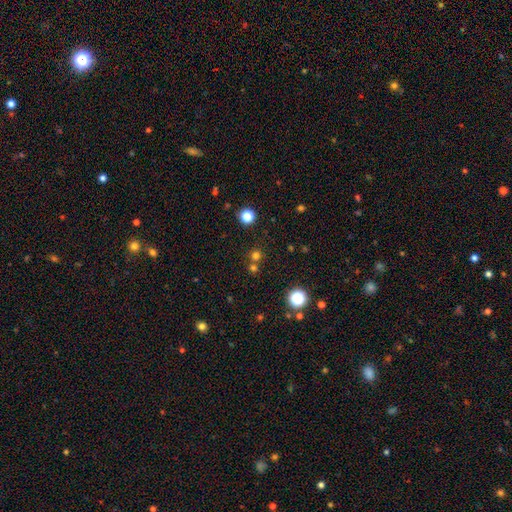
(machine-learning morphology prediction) The model was most divided on "merging": none: 65%, merger: 26%, minor disturbance: 6%, major disturbance: 3%. More confident: how rounded — round (92%); smooth or featured — smooth (66%).